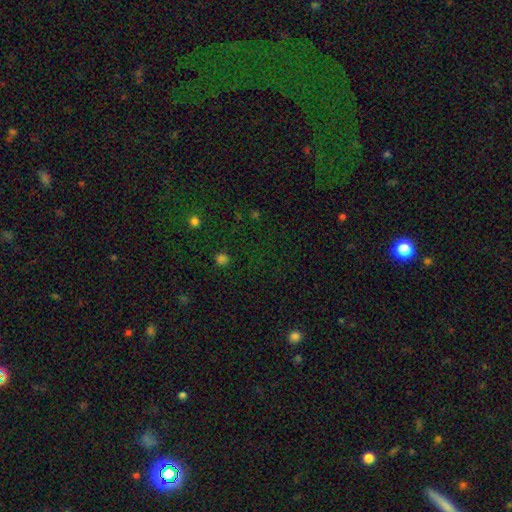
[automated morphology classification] This is likely a star or artifact rather than a galaxy (66%).